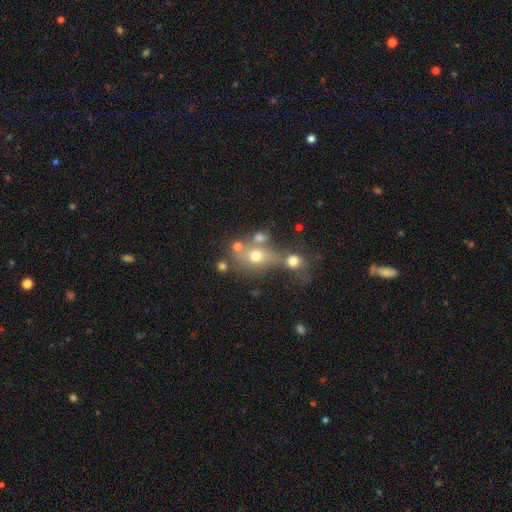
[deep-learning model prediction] Smooth or featured? Predicted: smooth (p=0.59). How rounded? Predicted: round (p=0.64). Merging? Predicted: merger (p=0.45).